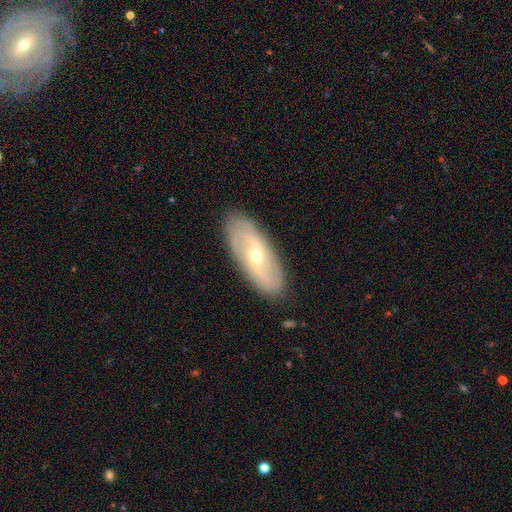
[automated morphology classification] type=featured or disk (65%); edge-on=no (83%); bar=no (43%); spiral arms=yes (62%); bulge=small (54%); merging=none (86%).